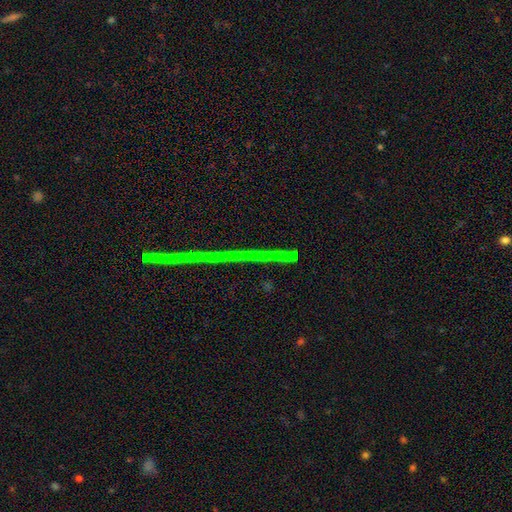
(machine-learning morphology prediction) Smooth or featured? Predicted: star or artifact (p=0.79).